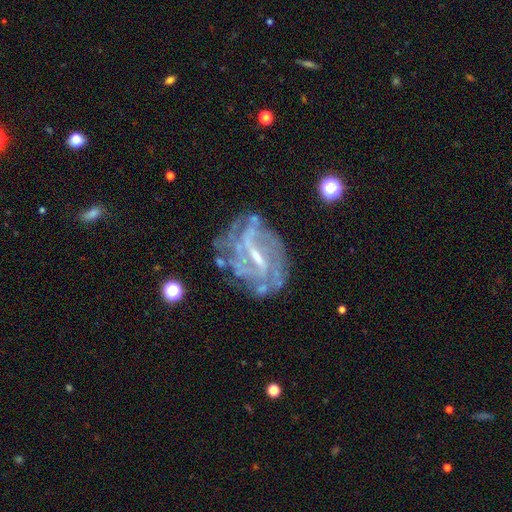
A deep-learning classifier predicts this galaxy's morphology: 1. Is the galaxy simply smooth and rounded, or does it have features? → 85% featured or disk, 8% star or artifact, 7% smooth.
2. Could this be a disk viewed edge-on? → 96% no, 4% yes.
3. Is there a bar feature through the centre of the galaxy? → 46% weak, 41% strong, 13% no.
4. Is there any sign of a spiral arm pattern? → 86% yes, 14% no.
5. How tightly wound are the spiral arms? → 47% tight, 37% medium, 16% loose.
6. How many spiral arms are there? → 39% can't tell, 25% 2, 15% 3, 11% 4, 5% 1, 5% more than 4.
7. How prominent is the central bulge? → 54% small, 30% moderate, 13% none, 2% large, 1% dominant.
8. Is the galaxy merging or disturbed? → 60% none, 22% minor disturbance, 15% major disturbance, 4% merger.